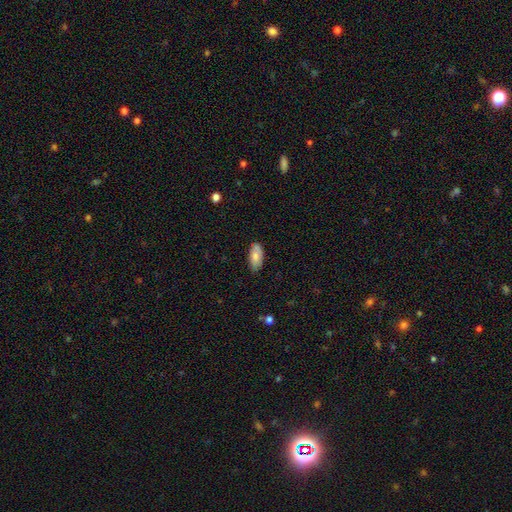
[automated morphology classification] Smooth or featured: smooth — 75% (featured or disk — 18%)
How rounded: in between — 92% (cigar-shaped — 6%)
Merging: none — 75% (minor disturbance — 20%)